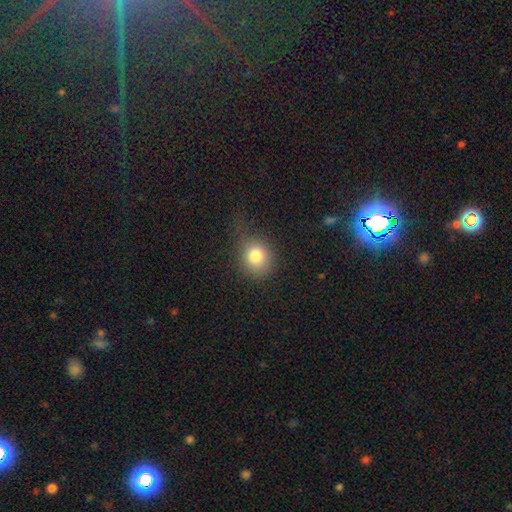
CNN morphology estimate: This is clearly a smooth galaxy (80%). How rounded: likely round (78%). Merging: likely none (63%).